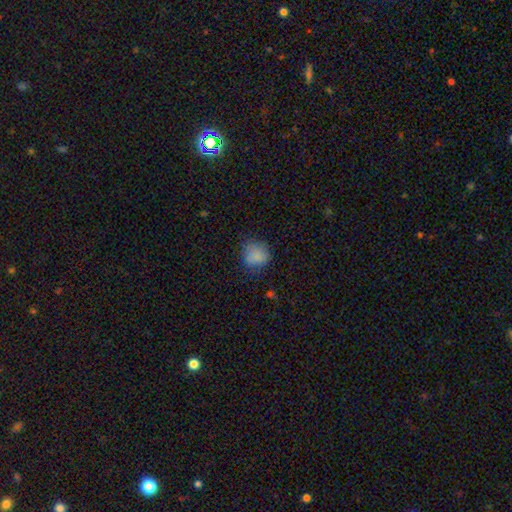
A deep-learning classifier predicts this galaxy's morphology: This appears to be a smooth galaxy with no disk features (83%) that is round (83%). Merging: none (70%).